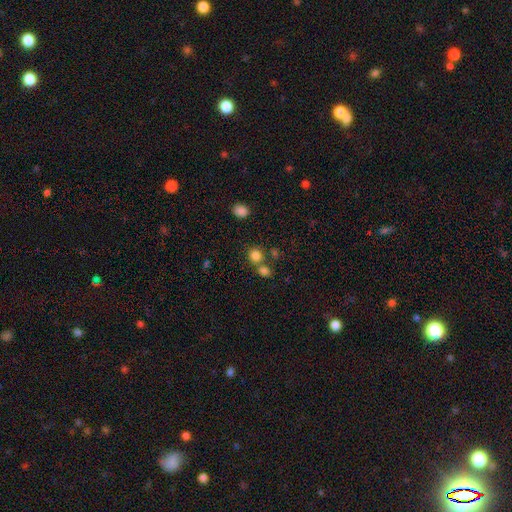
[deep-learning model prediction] smooth 81%, star or artifact 13%, featured or disk 5%. Down the decision tree: how rounded — round (80%); merging — none (62%).